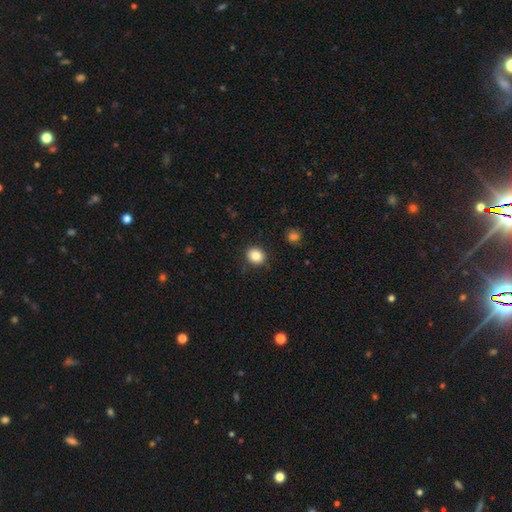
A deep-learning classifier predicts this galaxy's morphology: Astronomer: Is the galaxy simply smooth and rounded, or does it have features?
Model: smooth — 84%.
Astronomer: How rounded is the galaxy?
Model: round — 76%.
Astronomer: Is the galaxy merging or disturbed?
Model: none — 89%.